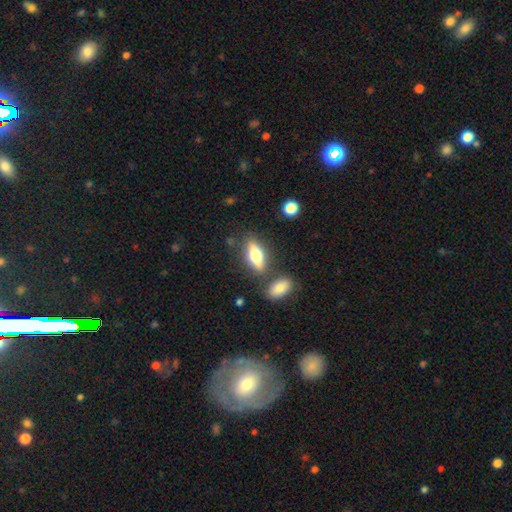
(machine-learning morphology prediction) smooth-or-featured: smooth: 57% | featured or disk: 35% | star or artifact: 8%
  how-rounded: in between: 62% | cigar-shaped: 34% | round: 4%
  merging: none: 73% | merger: 12% | minor disturbance: 11% | major disturbance: 4%